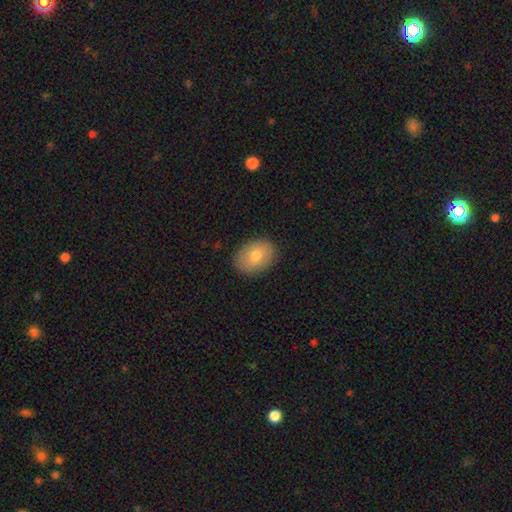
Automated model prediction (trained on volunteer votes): smooth-or-featured: smooth: 74% | featured or disk: 18% | star or artifact: 7%
  how-rounded: in between: 73% | round: 26% | cigar-shaped: 1%
  merging: none: 87% | minor disturbance: 9% | major disturbance: 2% | merger: 1%